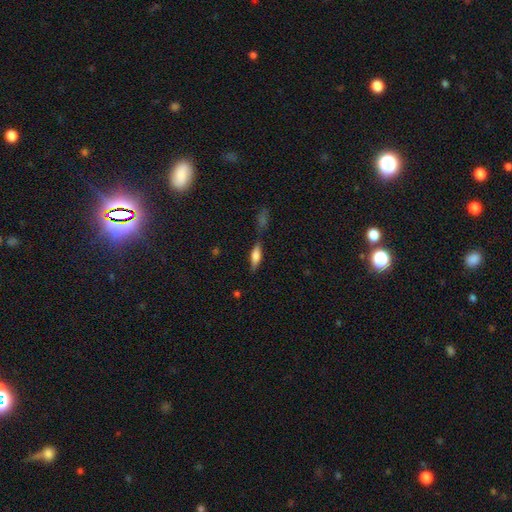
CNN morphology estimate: This is likely a smooth galaxy (64%). How rounded: possibly in between (56%). Merging: likely none (68%).